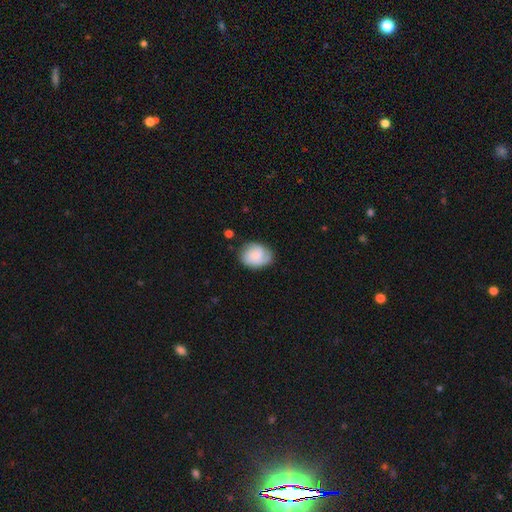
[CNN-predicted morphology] smooth 53%, featured or disk 40%, star or artifact 7%. Down the decision tree: how rounded — in between (57%); merging — none (65%).